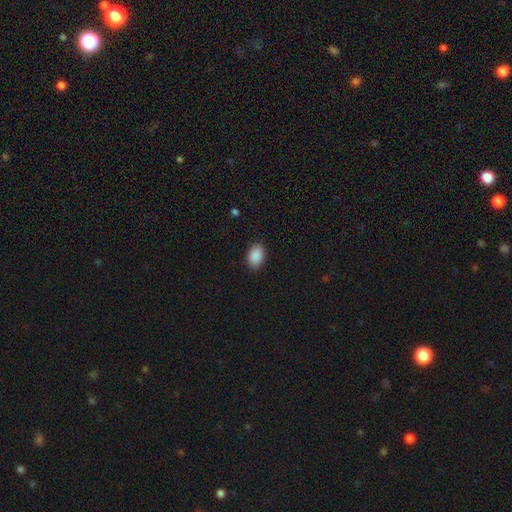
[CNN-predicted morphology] This is clearly a smooth galaxy (90%). How rounded: clearly in between (84%). Merging: clearly none (88%).